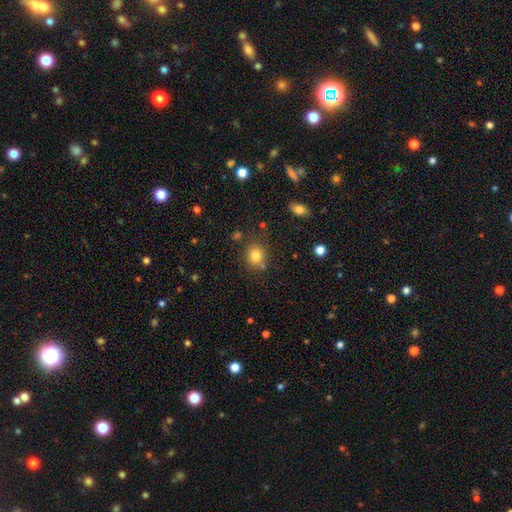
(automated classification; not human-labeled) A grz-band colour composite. It shows a smooth galaxy with no disk features (81%) that is round (73%). Merging: none (76%).